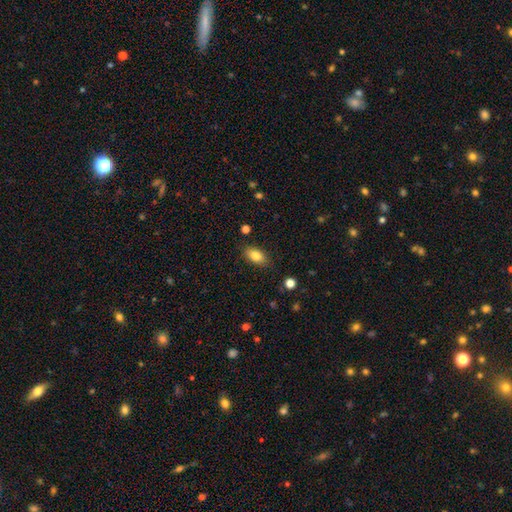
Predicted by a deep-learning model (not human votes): A smooth galaxy with no disk features (84%) that is in between round and cigar-shaped (89%). Merging: none (86%).